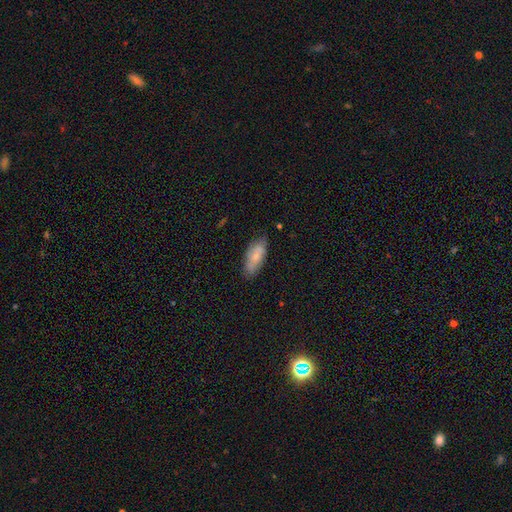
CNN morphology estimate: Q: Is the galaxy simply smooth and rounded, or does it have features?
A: smooth — 69%.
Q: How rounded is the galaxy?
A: in between — 82%.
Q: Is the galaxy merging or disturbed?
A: none — 68%.